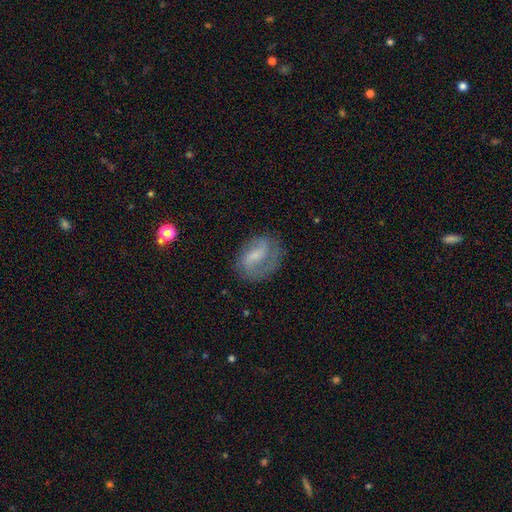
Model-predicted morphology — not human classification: Smooth or featured: featured or disk — 68% (smooth — 24%)
Edge-on disk: no — 97% (yes — 3%)
Bar: weak — 47% (no — 30%)
Spiral arms: yes — 87% (no — 13%)
Spiral winding: medium — 44% (loose — 31%)
Spiral arm count: 2 — 63% (1 — 24%)
Bulge size: small — 41% (none — 27%)
Merging: none — 64% (minor disturbance — 20%)